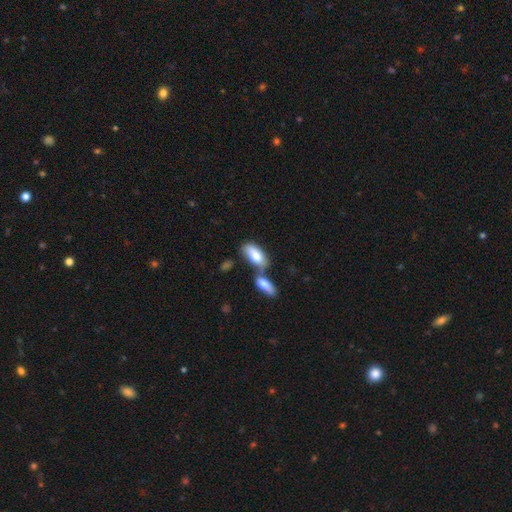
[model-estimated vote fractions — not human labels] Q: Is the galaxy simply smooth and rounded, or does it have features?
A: smooth — 75%.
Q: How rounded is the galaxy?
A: in between — 87%.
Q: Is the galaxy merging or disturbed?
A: merger — 46%.